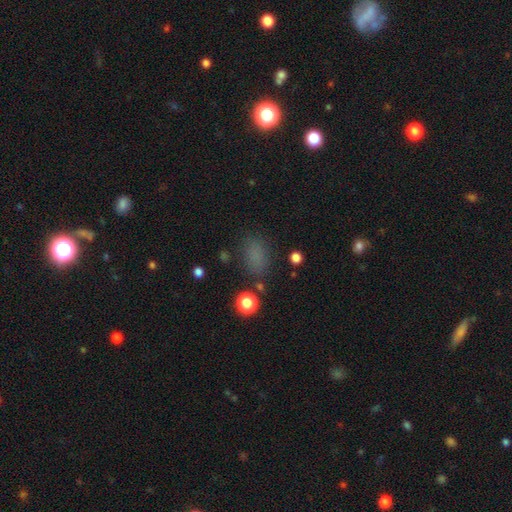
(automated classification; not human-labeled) Smooth or featured? smooth (73%)
How rounded? in between (75%)
Merging? none (77%)